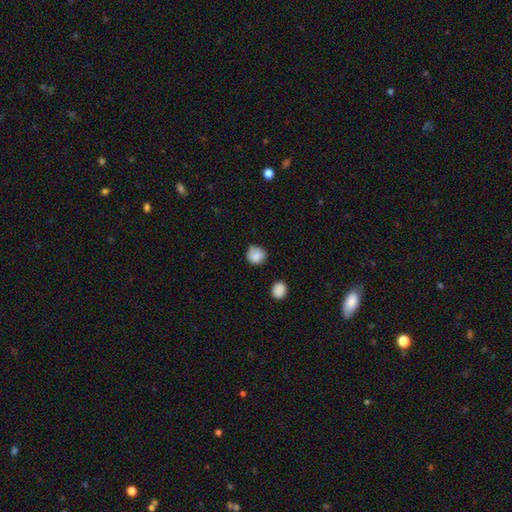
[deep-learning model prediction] Smooth or featured: smooth — 84% (star or artifact — 9%)
How rounded: round — 83% (in between — 16%)
Merging: none — 69% (minor disturbance — 23%)